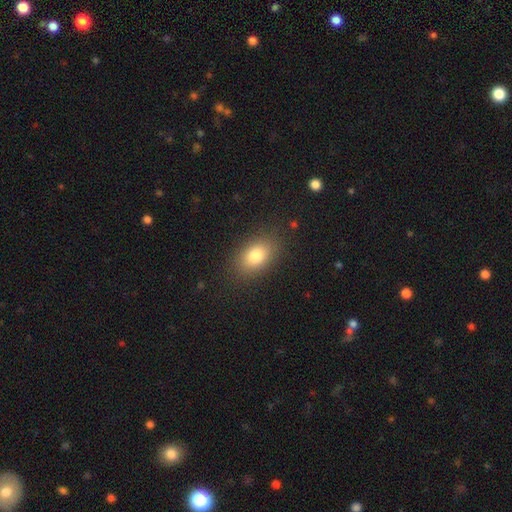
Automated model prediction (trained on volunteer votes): smooth_or_featured: smooth (p=0.81) [alt: featured or disk p=0.09]
how_rounded: in between (p=0.84) [alt: round p=0.14]
merging: none (p=0.85) [alt: minor disturbance p=0.10]